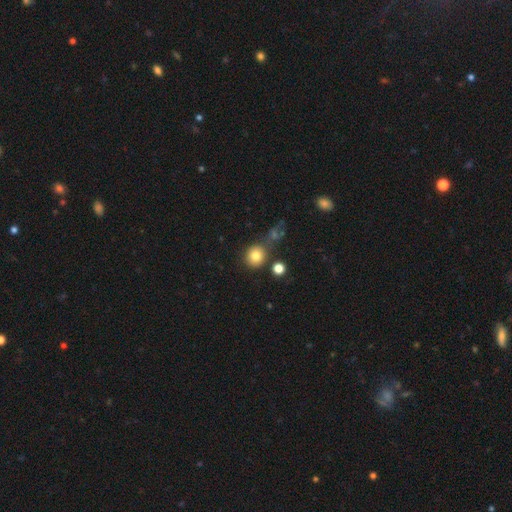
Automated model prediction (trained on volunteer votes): Smooth or featured?
  - smooth: 80% *
  - star or artifact: 12%
  - featured or disk: 8%
How rounded?
  - round: 86% *
  - in between: 13%
  - cigar-shaped: 1%
Merging?
  - none: 74% *
  - merger: 11%
  - minor disturbance: 11%
  - major disturbance: 4%